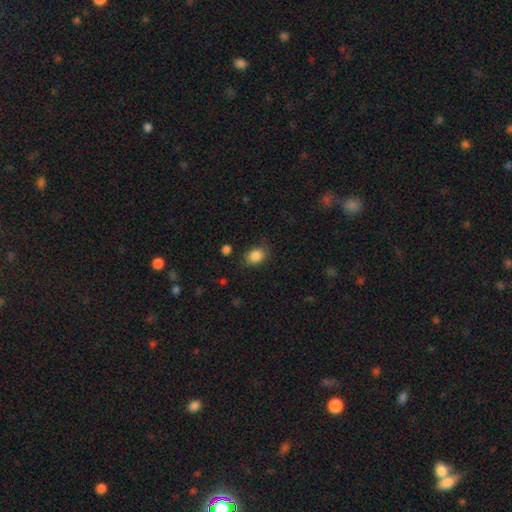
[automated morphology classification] smooth 86%, star or artifact 9%, featured or disk 4%. Down the decision tree: how rounded — in between (62%); merging — none (78%).